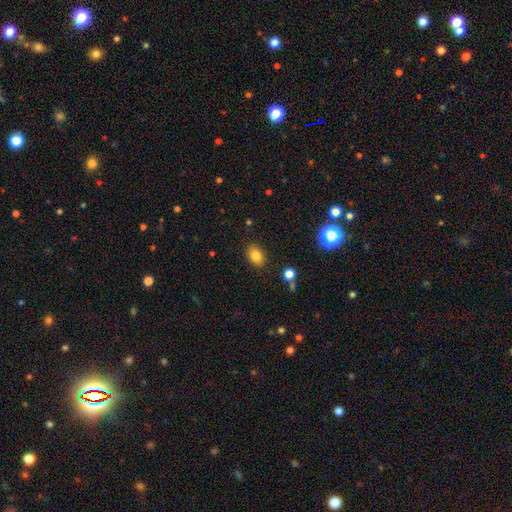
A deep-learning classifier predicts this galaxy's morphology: smooth_or_featured: smooth (p=0.82) [alt: star or artifact p=0.11]
how_rounded: in between (p=0.68) [alt: round p=0.30]
merging: none (p=0.86) [alt: minor disturbance p=0.09]